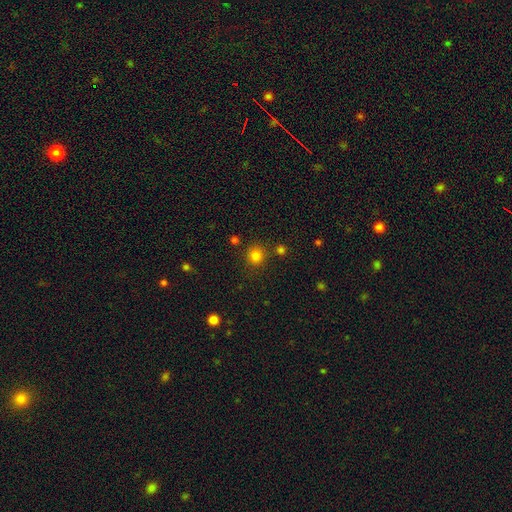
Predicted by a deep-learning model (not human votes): The model was most divided on "smooth or featured": smooth: 81%, star or artifact: 15%, featured or disk: 4%. More confident: how rounded — round (88%); merging — none (82%).